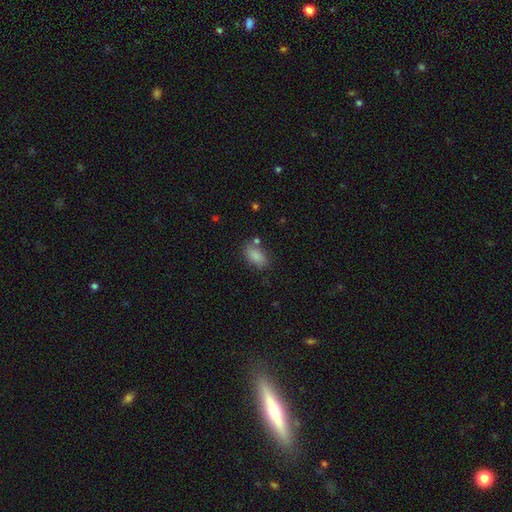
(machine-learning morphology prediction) smooth_or_featured: smooth (p=0.86) [alt: star or artifact p=0.08]
how_rounded: in between (p=0.91) [alt: round p=0.06]
merging: none (p=0.72) [alt: minor disturbance p=0.15]